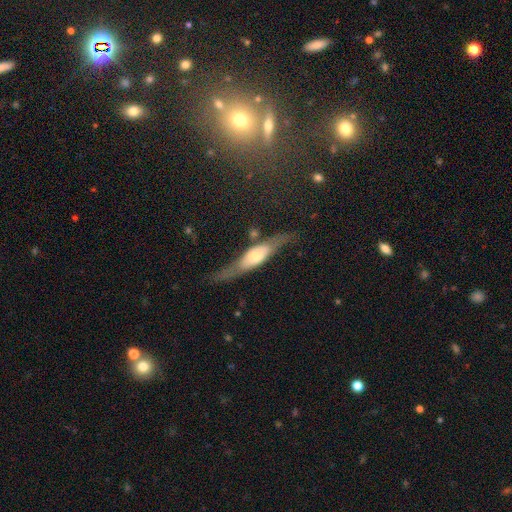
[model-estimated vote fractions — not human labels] featured or disk 61%, smooth 32%, star or artifact 7%. Down the decision tree: edge-on disk — yes (76%); merging — none (59%).